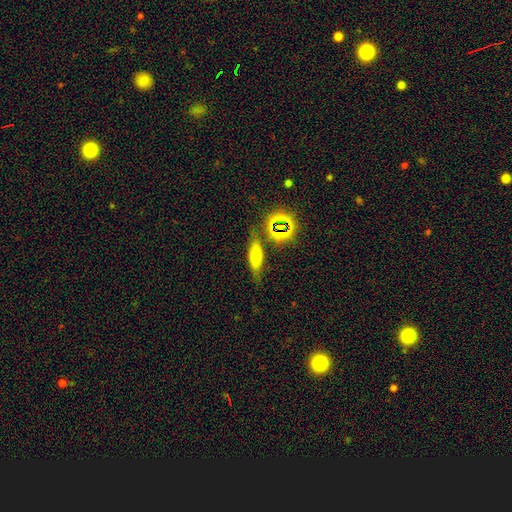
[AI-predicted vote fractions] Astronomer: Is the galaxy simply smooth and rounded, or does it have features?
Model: smooth — 60%.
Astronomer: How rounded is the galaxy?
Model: in between — 51% (runner-up: cigar-shaped, 43%).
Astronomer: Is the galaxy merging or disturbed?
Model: none — 72%.